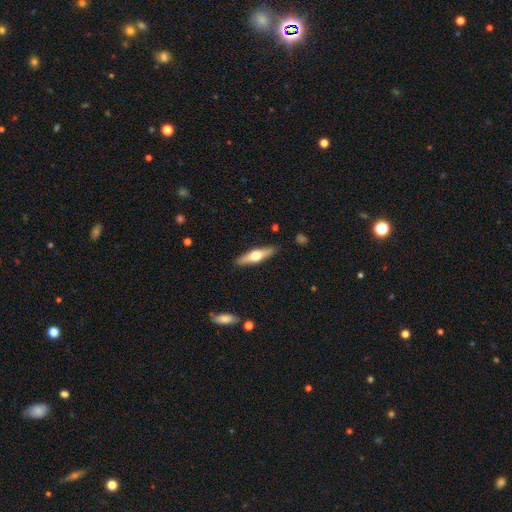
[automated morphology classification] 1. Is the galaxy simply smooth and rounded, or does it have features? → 50% featured or disk, 45% smooth, 5% star or artifact.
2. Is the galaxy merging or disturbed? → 88% none, 9% minor disturbance, 2% major disturbance, 1% merger.